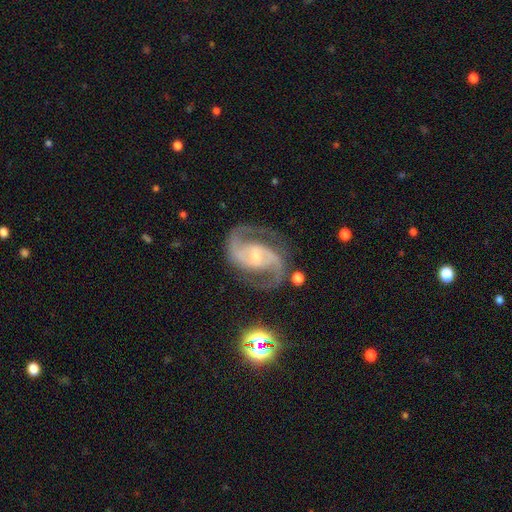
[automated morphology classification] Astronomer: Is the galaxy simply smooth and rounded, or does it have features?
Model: featured or disk — 93%.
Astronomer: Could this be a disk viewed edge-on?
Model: no — 98%.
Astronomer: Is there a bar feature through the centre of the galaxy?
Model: weak — 44% (runner-up: no, 33%).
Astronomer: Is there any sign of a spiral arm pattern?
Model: yes — 99%.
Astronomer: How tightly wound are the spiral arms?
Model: medium — 66%.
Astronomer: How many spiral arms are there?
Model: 2 — 93%.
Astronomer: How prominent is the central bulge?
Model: small — 67%.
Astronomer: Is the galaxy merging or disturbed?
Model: none — 78%.